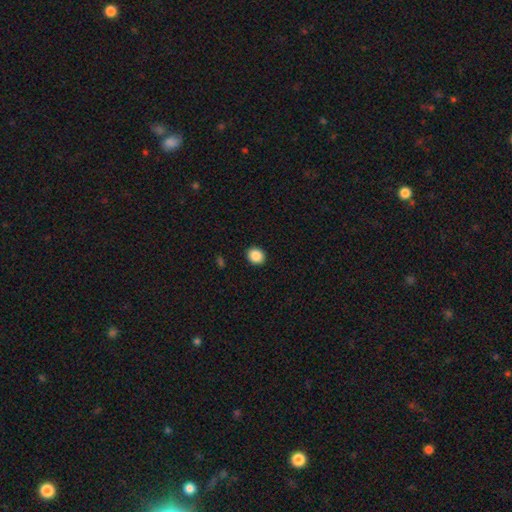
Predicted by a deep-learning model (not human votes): Morphology: type=smooth (88%); roundness=round (71%); merging=none (92%).